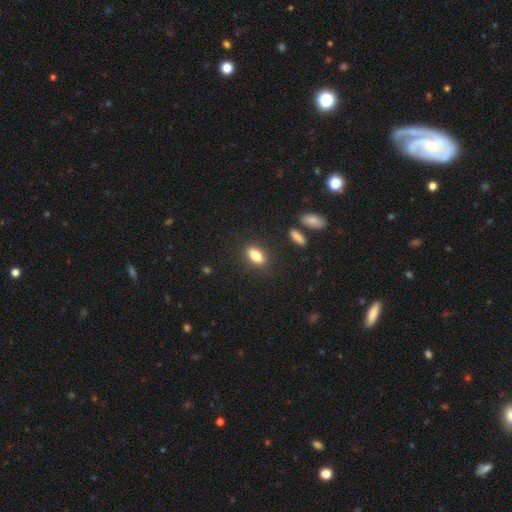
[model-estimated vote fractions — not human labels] This is clearly a smooth galaxy (81%). How rounded: clearly in between (81%). Merging: clearly none (85%).